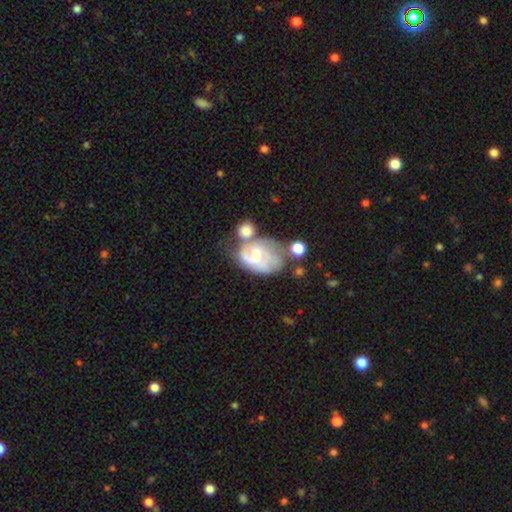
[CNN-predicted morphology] type=featured or disk (68%); edge-on=no (97%); bar=no (57%); spiral arms=yes (79%); winding=tight (44%); arm count=can't tell (37%); bulge=moderate (59%); merging=merger (31%).